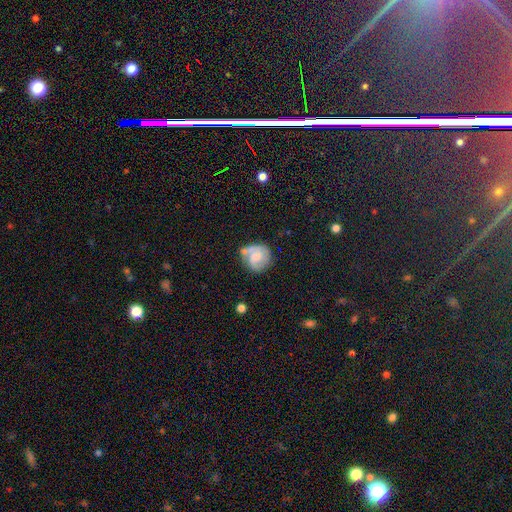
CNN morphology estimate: smooth_or_featured: featured or disk (p=0.55) [alt: smooth p=0.37]
disk_edge_on: no (p=0.98) [alt: yes p=0.02]
bar: no (p=0.59) [alt: weak p=0.34]
has_spiral_arms: yes (p=0.79) [alt: no p=0.21]
bulge_size: small (p=0.31) [alt: moderate p=0.30]
merging: none (p=0.50) [alt: minor disturbance p=0.26]